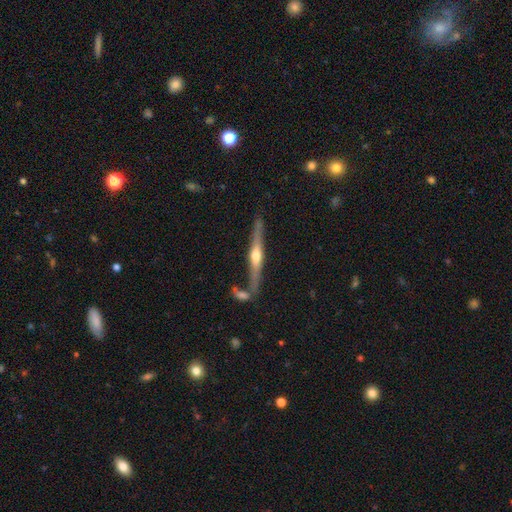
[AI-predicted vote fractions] A featured or disk galaxy (70%) viewed edge-on (95%) with a rounded central bulge (87%). Merging: none (71%).